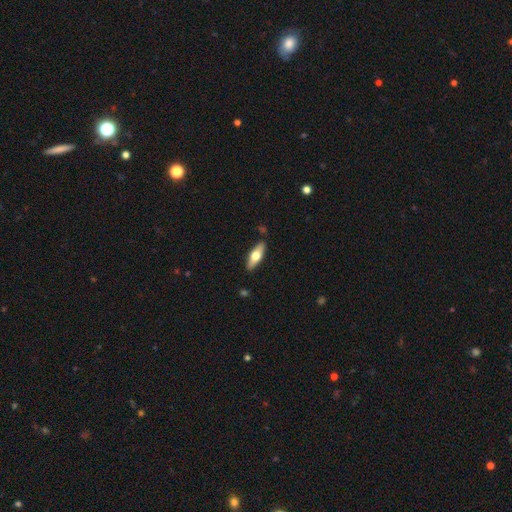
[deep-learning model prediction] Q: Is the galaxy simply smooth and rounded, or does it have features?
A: smooth — 58%.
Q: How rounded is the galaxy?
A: in between — 60%.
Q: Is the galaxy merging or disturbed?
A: none — 87%.